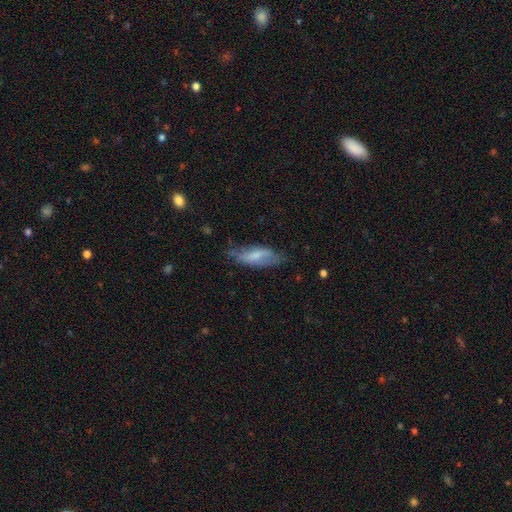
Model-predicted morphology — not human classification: smooth_or_featured: smooth (p=0.56) [alt: featured or disk p=0.37]
how_rounded: in between (p=0.64) [alt: cigar-shaped p=0.34]
merging: none (p=0.59) [alt: minor disturbance p=0.29]